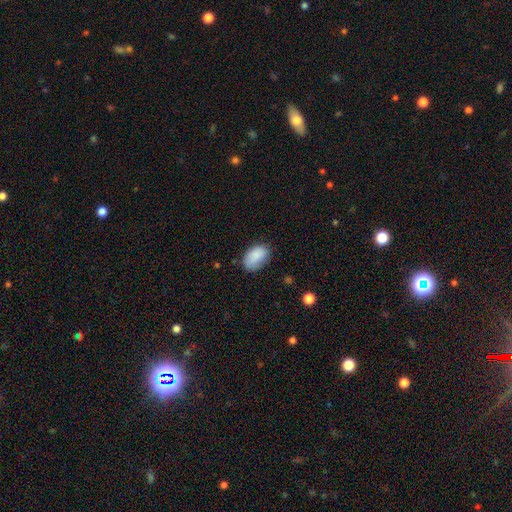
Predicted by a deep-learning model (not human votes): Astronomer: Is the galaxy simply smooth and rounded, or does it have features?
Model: smooth — 87%.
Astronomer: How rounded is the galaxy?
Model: in between — 91%.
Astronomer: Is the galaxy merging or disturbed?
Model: none — 71%.